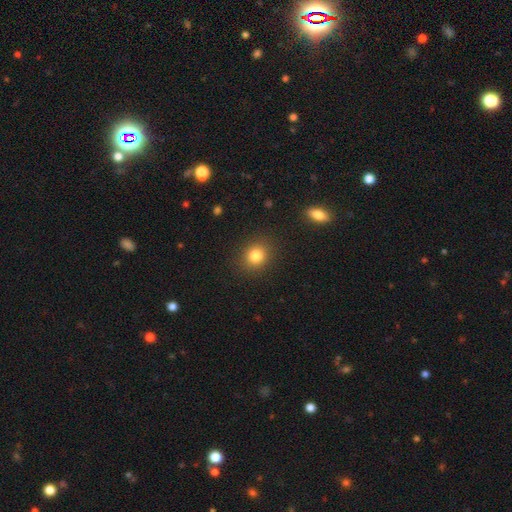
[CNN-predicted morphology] Smooth or featured? smooth (82%)
How rounded? round (77%)
Merging? none (89%)